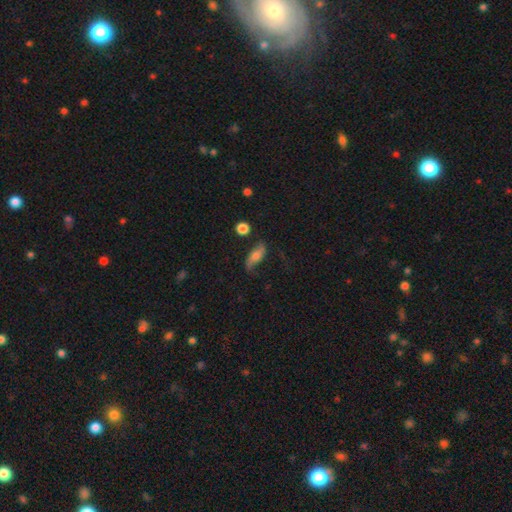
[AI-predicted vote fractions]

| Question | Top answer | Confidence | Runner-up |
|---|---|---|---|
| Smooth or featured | featured or disk | 59% | smooth (32%) |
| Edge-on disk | no | 85% | yes (15%) |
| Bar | no | 64% | weak (27%) |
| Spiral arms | yes | 89% | no (11%) |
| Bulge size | moderate | 45% | small (29%) |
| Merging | none | 67% | minor disturbance (20%) |